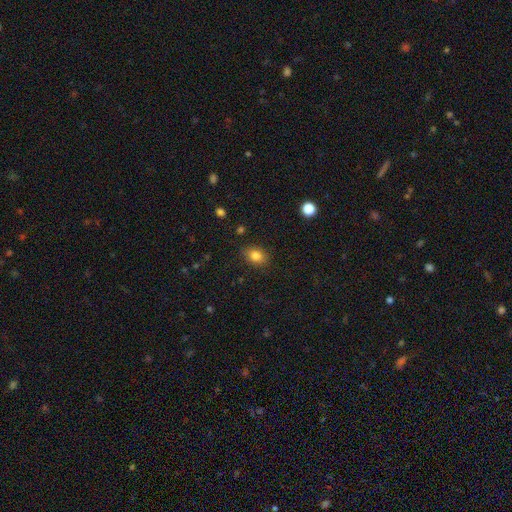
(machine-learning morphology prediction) Overall: smooth (83%). How rounded: in between (67%; round 31%). Merging: none (85%).